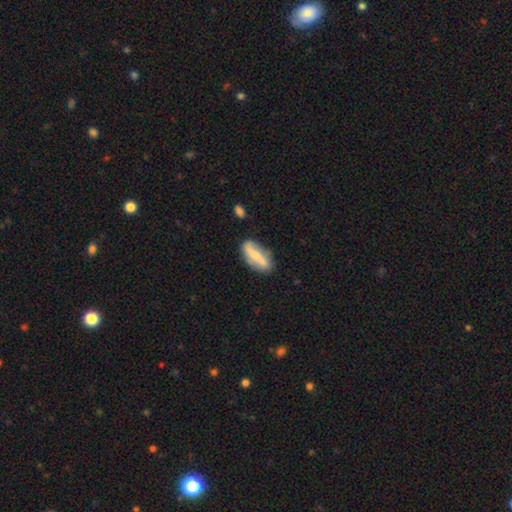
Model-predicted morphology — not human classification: Smooth or featured: featured or disk — 56% (smooth — 38%)
Edge-on disk: no — 78% (yes — 22%)
Merging: none — 79% (minor disturbance — 15%)